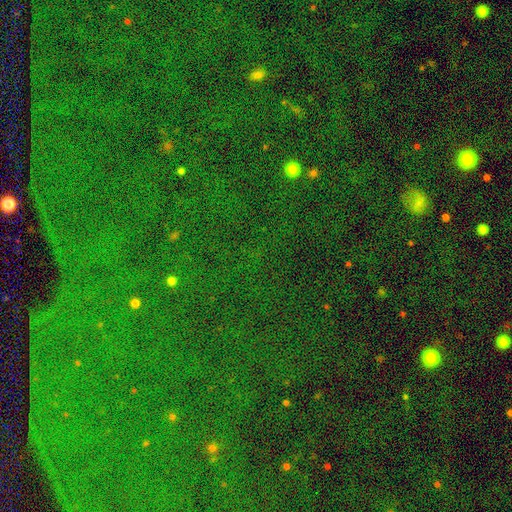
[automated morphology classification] Overall: star or artifact (83%).